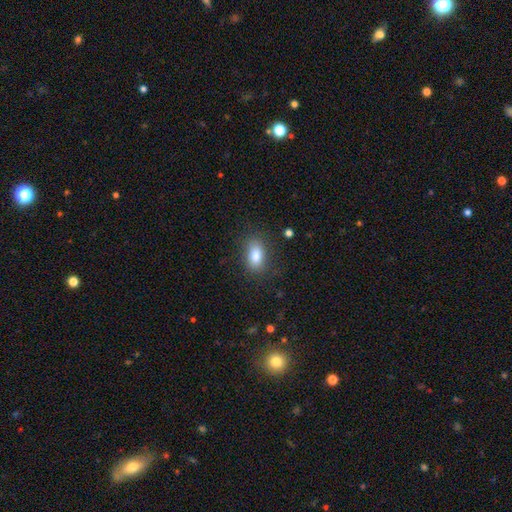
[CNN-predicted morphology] A smooth galaxy with no disk features (83%) that is in between round and cigar-shaped (89%).

Vote fractions:
- Smooth or featured? smooth: 83% / featured or disk: 9% / star or artifact: 8%
- How rounded? in between: 89% / round: 8% / cigar-shaped: 3%
- Merging? none: 82% / minor disturbance: 12% / major disturbance: 4% / merger: 1%